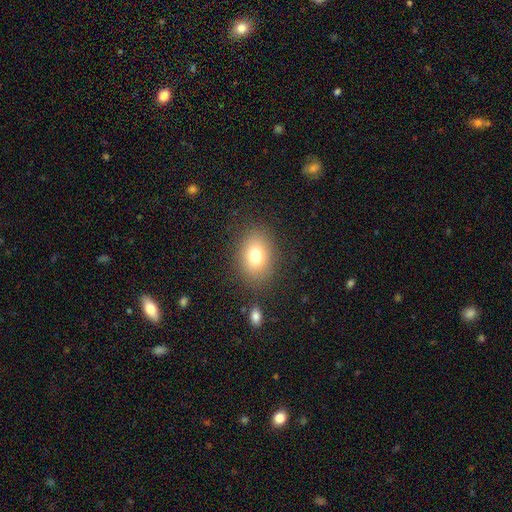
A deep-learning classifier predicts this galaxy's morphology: Smooth or featured? Predicted: smooth (p=0.76). How rounded? Predicted: in between (p=0.66). Merging? Predicted: none (p=0.84).